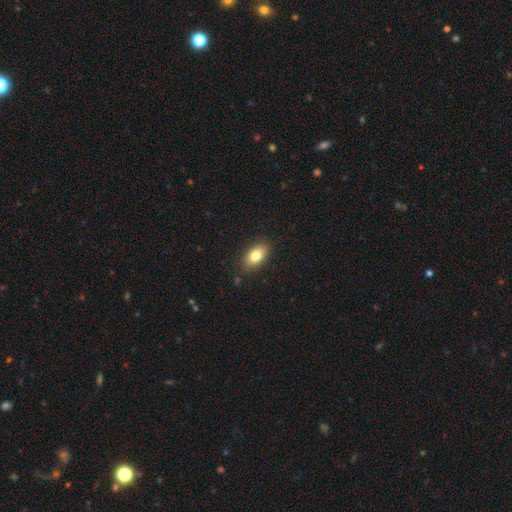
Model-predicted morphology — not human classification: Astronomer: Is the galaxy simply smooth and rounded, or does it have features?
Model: smooth — 80%.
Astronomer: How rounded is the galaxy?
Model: in between — 90%.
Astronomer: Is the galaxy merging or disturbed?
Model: none — 86%.